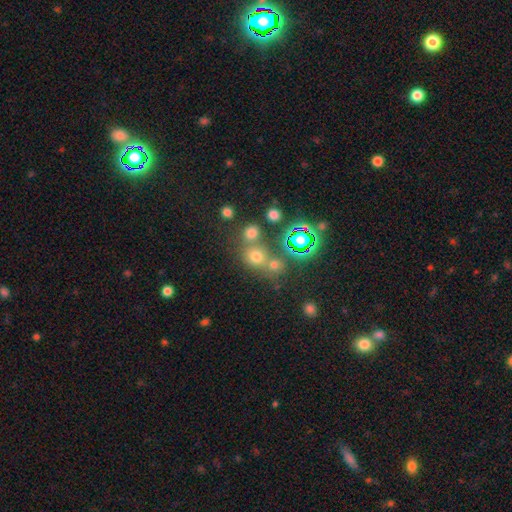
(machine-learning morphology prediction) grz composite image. It shows a smooth galaxy with no disk features (65%) that is round (80%). Merging: none (57%).